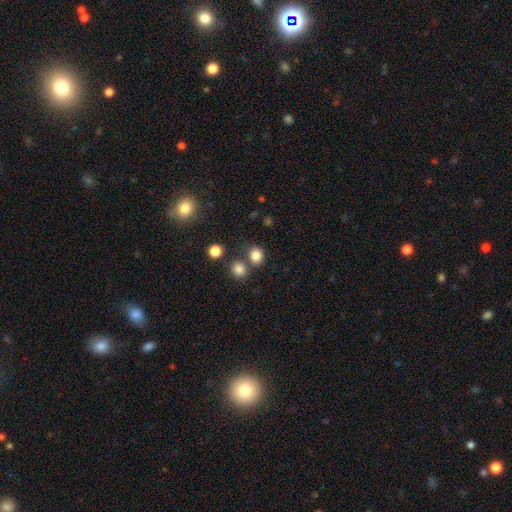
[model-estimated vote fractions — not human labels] Morphology: type=smooth (82%); roundness=round (74%); merging=none (69%).